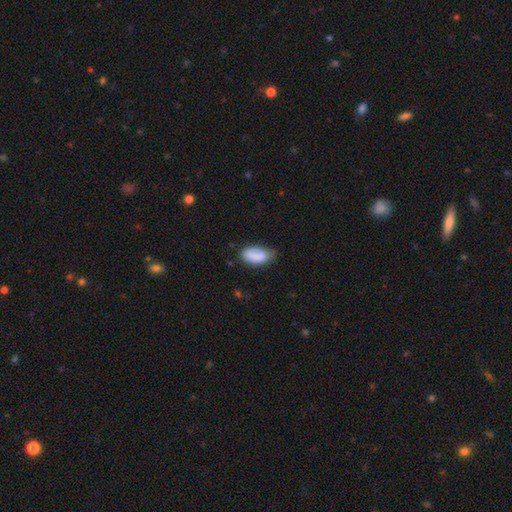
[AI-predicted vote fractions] Smooth or featured? smooth (83%)
How rounded? in between (93%)
Merging? none (59%)